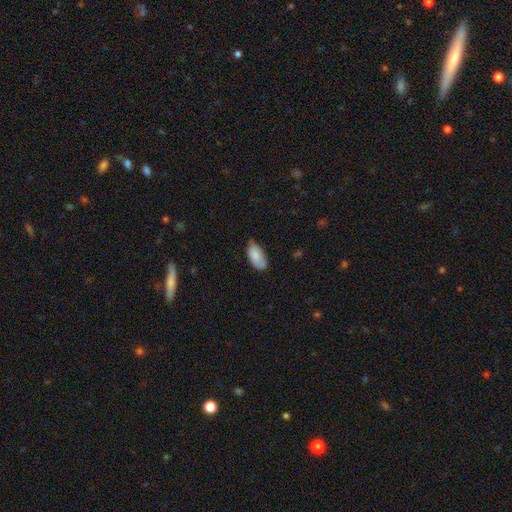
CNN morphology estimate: smooth_or_featured: smooth (p=0.86) [alt: featured or disk p=0.08]
how_rounded: in between (p=0.94) [alt: cigar-shaped p=0.04]
merging: none (p=0.55) [alt: minor disturbance p=0.38]